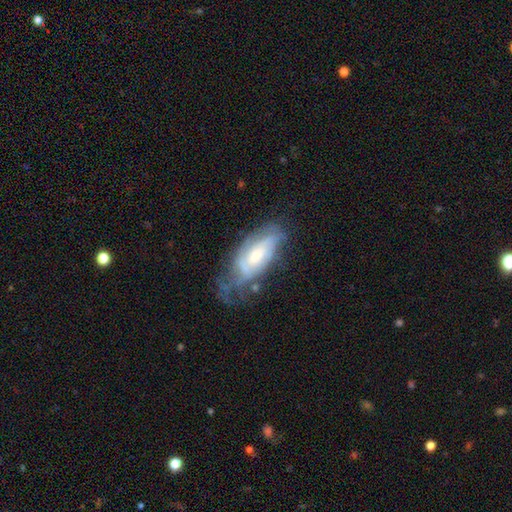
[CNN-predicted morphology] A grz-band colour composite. It shows a featured or disk galaxy (65%) with no bar (65%), spiral arms (76%) and a moderate central bulge (50%). Merging: none (40%).